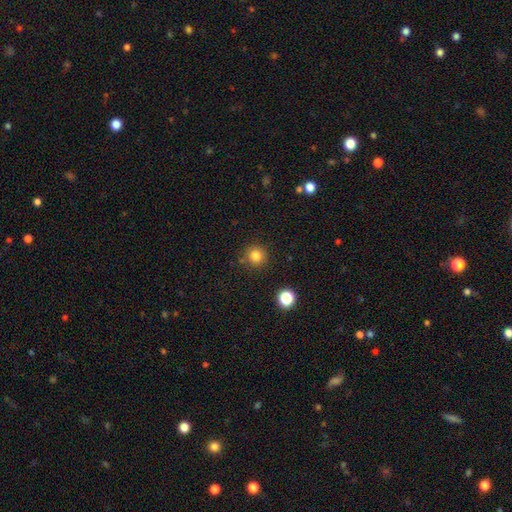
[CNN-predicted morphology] The model was most divided on "smooth or featured": smooth: 81%, star or artifact: 13%, featured or disk: 6%. More confident: how rounded — round (94%); merging — none (86%).